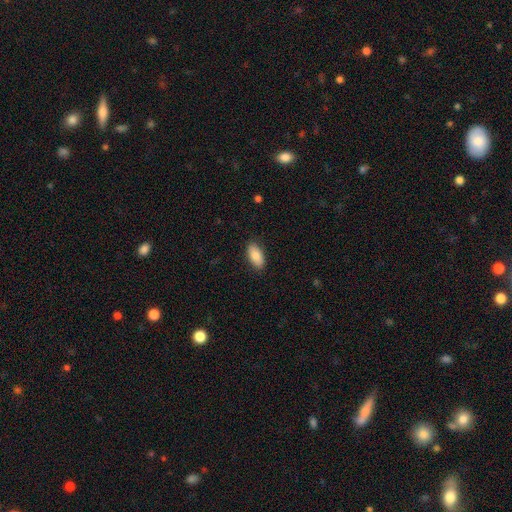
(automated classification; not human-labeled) This appears to be a smooth galaxy with no disk features (85%) that is in between round and cigar-shaped (92%). Merging: none (88%).